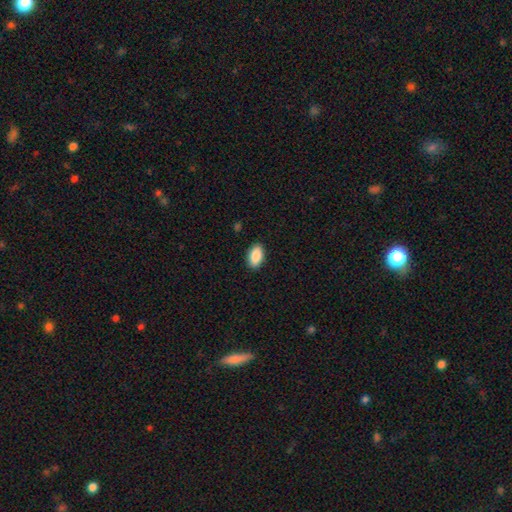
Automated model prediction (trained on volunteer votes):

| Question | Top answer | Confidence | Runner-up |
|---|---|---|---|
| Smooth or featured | smooth | 89% | star or artifact (7%) |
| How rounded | in between | 94% | round (4%) |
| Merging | none | 90% | minor disturbance (7%) |